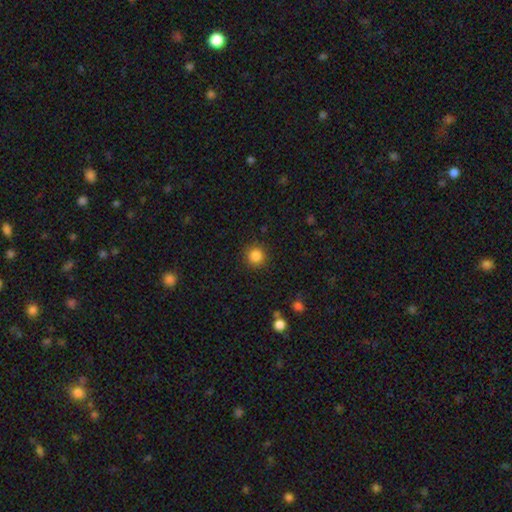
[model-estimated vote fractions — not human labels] Smooth or featured? smooth (86%)
How rounded? round (93%)
Merging? none (89%)